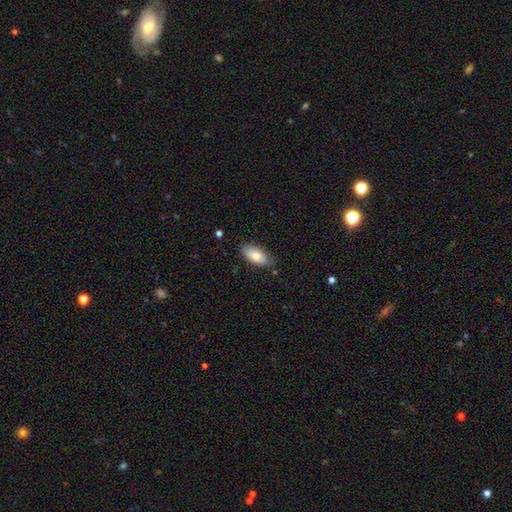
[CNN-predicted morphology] smooth_or_featured: smooth (p=0.78) [alt: featured or disk p=0.15]
how_rounded: in between (p=0.92) [alt: cigar-shaped p=0.05]
merging: none (p=0.79) [alt: minor disturbance p=0.17]